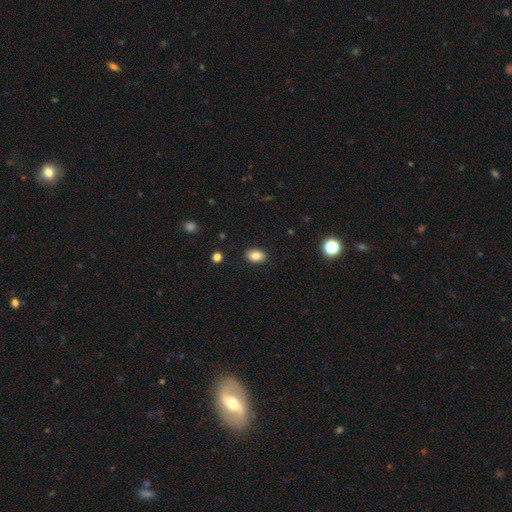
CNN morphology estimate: smooth_or_featured: smooth (p=0.85) [alt: star or artifact p=0.09]
how_rounded: in between (p=0.84) [alt: round p=0.15]
merging: none (p=0.88) [alt: minor disturbance p=0.08]